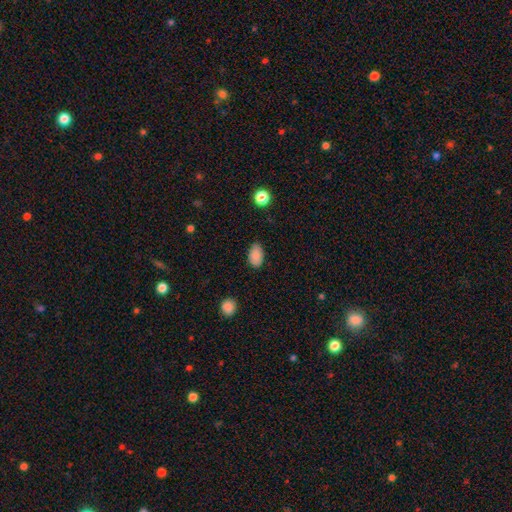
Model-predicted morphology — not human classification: Overall: smooth (88%). How rounded: in between (91%). Merging: none (80%).